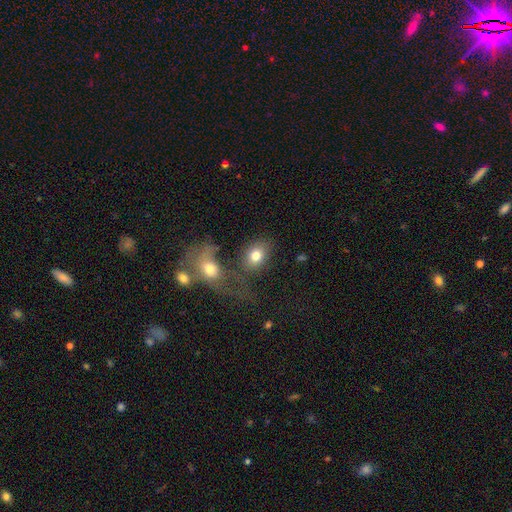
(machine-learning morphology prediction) The model was most divided on "merging": none: 55%, merger: 23%, minor disturbance: 13%, major disturbance: 9%. More confident: smooth or featured — smooth (77%); how rounded — in between (69%).